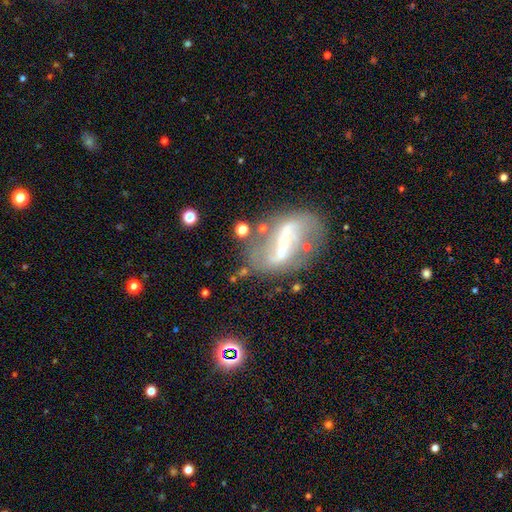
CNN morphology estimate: Smooth or featured? Predicted: featured or disk (p=0.74). Edge-on disk? Predicted: no (p=0.90). Bar? Predicted: strong (p=0.61). Spiral arms? Predicted: yes (p=0.70). Bulge size? Predicted: small (p=0.57). Merging? Predicted: none (p=0.62).